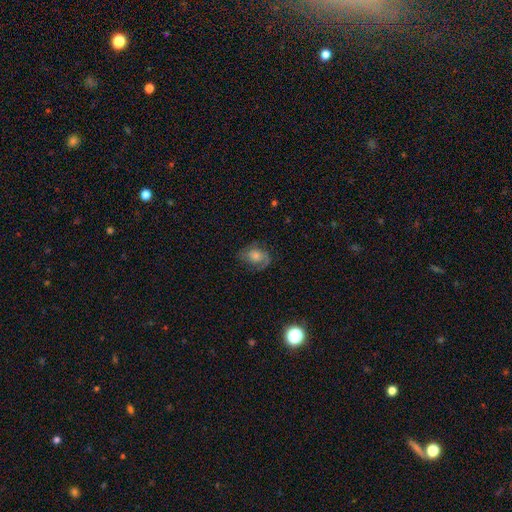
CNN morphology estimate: smooth_or_featured: featured or disk (p=0.59) [alt: smooth p=0.28]
disk_edge_on: no (p=0.97) [alt: yes p=0.03]
bar: no (p=0.71) [alt: weak p=0.25]
has_spiral_arms: yes (p=0.87) [alt: no p=0.13]
spiral_winding: medium (p=0.44) [alt: tight p=0.38]
spiral_arm_count: 2 (p=0.58) [alt: can't tell p=0.18]
bulge_size: moderate (p=0.47) [alt: small p=0.27]
merging: none (p=0.68) [alt: minor disturbance p=0.19]